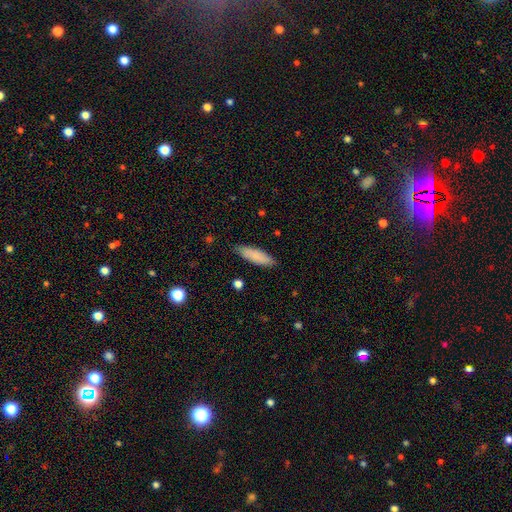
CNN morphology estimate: A smooth galaxy with no disk features (85%) that is cigar-shaped (51%). Merging: none (86%).